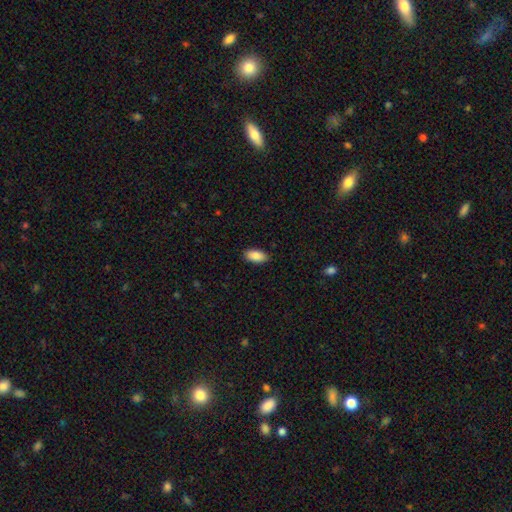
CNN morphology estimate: smooth 88%, star or artifact 7%, featured or disk 6%. Down the decision tree: how rounded — in between (93%); merging — none (89%).